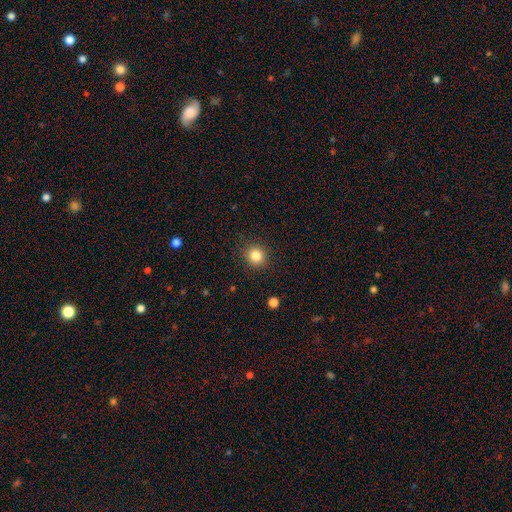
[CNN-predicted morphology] smooth-or-featured: smooth: 83% | star or artifact: 12% | featured or disk: 5%
  how-rounded: round: 90% | in between: 9% | cigar-shaped: 1%
  merging: none: 91% | minor disturbance: 6% | major disturbance: 2% | merger: 1%